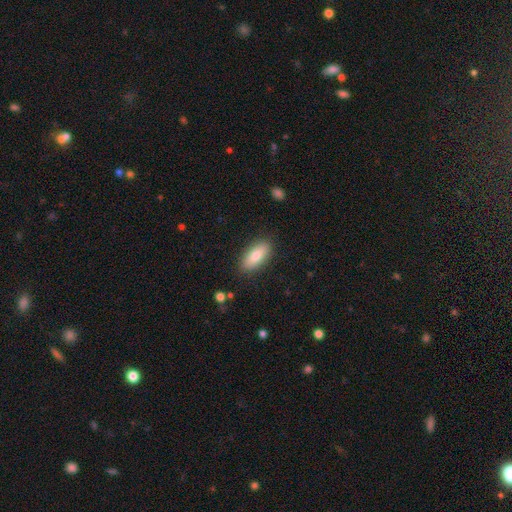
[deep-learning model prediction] A smooth galaxy with no disk features (79%) that is in between round and cigar-shaped (80%).

Vote fractions:
- Smooth or featured? smooth: 79% / featured or disk: 15% / star or artifact: 6%
- How rounded? in between: 80% / cigar-shaped: 18% / round: 2%
- Merging? none: 87% / minor disturbance: 10% / major disturbance: 2% / merger: 1%